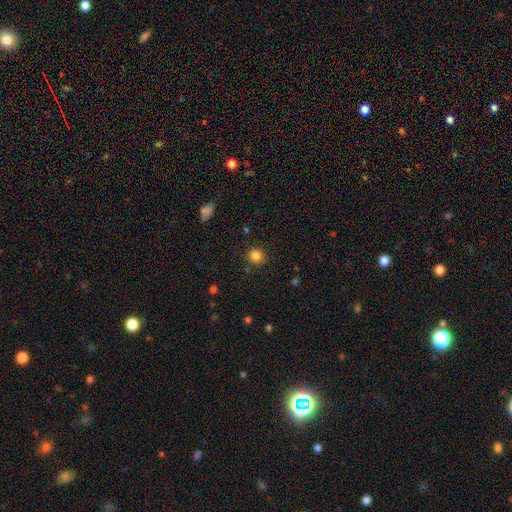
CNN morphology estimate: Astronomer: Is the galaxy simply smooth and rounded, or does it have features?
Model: smooth — 84%.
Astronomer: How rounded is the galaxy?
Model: round — 89%.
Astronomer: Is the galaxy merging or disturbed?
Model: none — 87%.